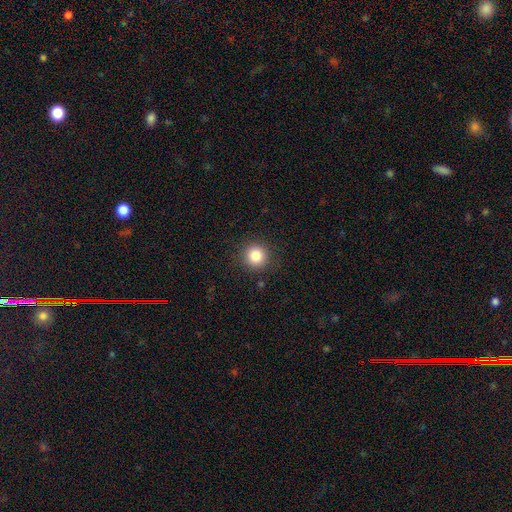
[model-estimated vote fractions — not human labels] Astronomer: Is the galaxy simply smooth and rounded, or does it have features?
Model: smooth — 84%.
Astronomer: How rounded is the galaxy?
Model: round — 94%.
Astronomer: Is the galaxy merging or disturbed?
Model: none — 91%.